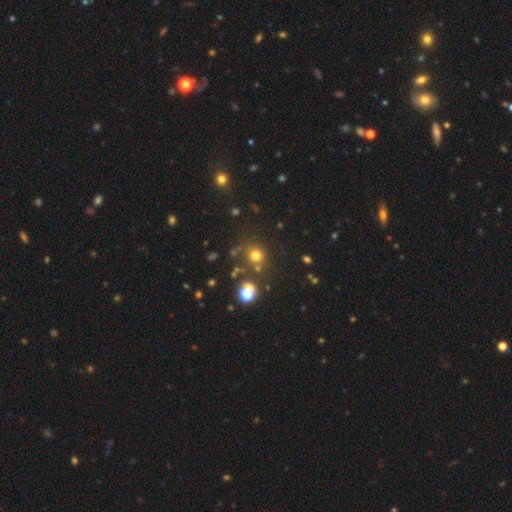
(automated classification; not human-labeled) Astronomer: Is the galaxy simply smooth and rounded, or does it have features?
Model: smooth — 68%.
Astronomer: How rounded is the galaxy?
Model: round — 87%.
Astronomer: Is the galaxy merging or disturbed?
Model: none — 77%.